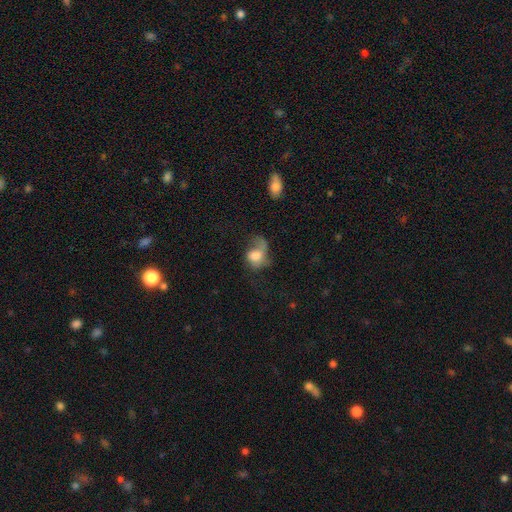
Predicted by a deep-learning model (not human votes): Smooth or featured? smooth (61%)
How rounded? in between (61%)
Merging? major disturbance (47%)